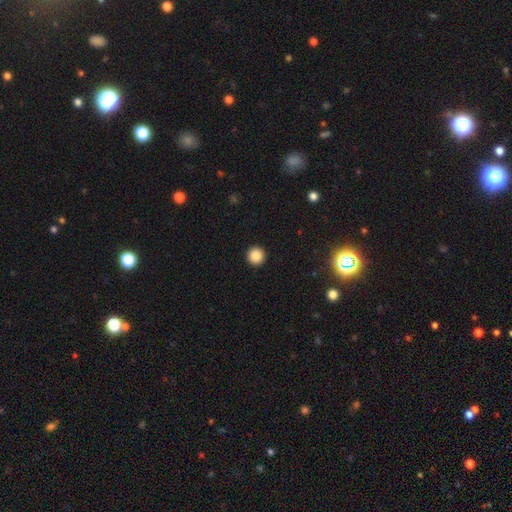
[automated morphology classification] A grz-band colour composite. It shows a smooth galaxy with no disk features (86%) that is round (96%). Merging: none (94%).